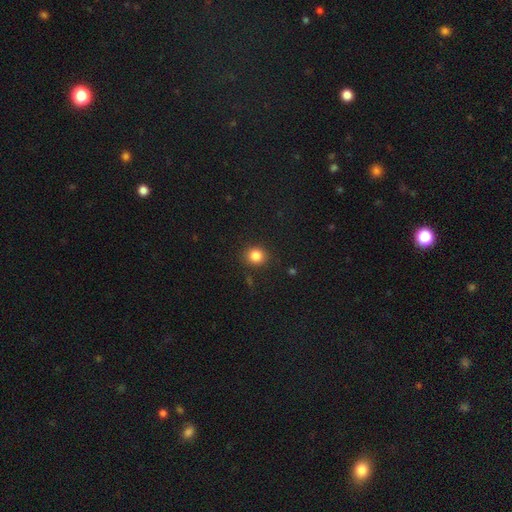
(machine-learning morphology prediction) smooth_or_featured: smooth (p=0.84) [alt: star or artifact p=0.11]
how_rounded: round (p=0.83) [alt: in between p=0.16]
merging: none (p=0.87) [alt: minor disturbance p=0.08]